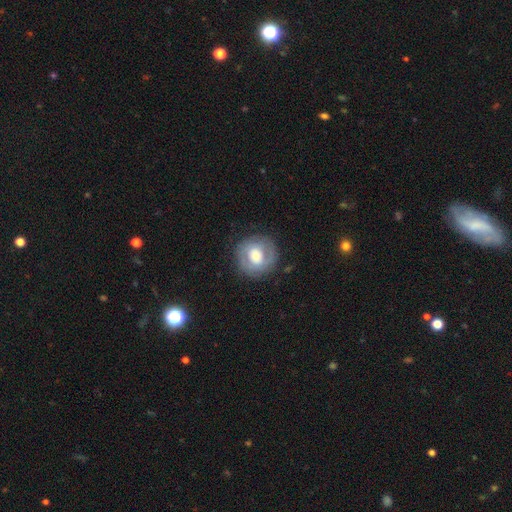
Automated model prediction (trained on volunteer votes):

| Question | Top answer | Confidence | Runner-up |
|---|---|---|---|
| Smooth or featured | featured or disk | 53% | smooth (41%) |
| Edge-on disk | no | 97% | yes (3%) |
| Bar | no | 55% | weak (33%) |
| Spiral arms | yes | 62% | no (38%) |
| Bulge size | moderate | 62% | large (19%) |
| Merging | none | 81% | minor disturbance (12%) |